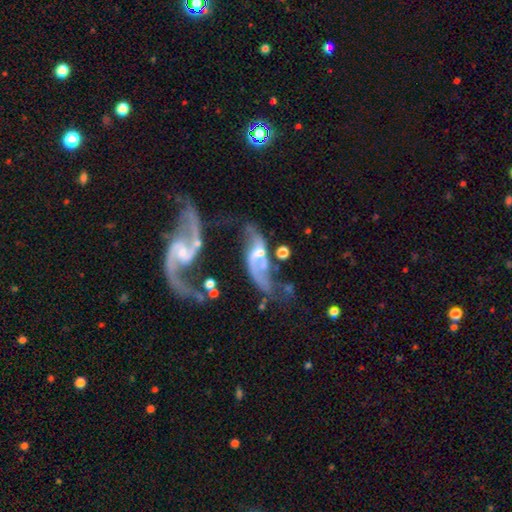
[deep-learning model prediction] A featured or disk galaxy (83%) with a weak bar (45%), 2 (86%) loose (78%) spiral arms (89%) and a small central bulge (54%).

Vote fractions:
- Smooth or featured? featured or disk: 83% / smooth: 10% / star or artifact: 7%
- Edge-on disk? no: 95% / yes: 5%
- Bar? weak: 45% / no: 40% / strong: 15%
- Spiral arms? yes: 89% / no: 11%
- Spiral winding? loose: 78% / medium: 17% / tight: 5%
- Spiral arm count? 2: 86% / 1: 7% / can't tell: 4% / 3: 1% / 4: 1% / more than 4: 1%
- Bulge size? small: 54% / moderate: 27% / none: 15% / large: 3% / dominant: 1%
- Merging? merger: 35% / none: 26% / major disturbance: 22% / minor disturbance: 17%